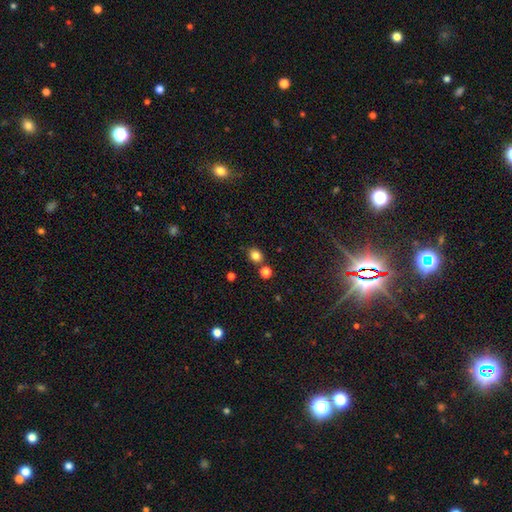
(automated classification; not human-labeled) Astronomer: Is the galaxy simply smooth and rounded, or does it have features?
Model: smooth — 81%.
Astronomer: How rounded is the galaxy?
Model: round — 61% (runner-up: in between, 38%).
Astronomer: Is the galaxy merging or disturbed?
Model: none — 79%.